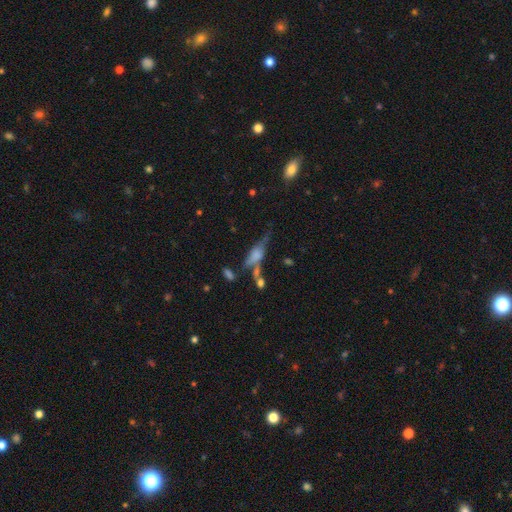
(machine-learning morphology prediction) A featured or disk galaxy (45%). Merging: none (37%).